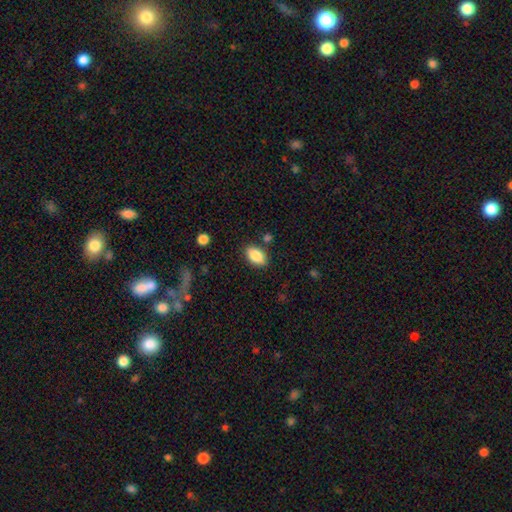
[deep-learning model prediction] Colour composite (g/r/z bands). It shows a smooth galaxy with no disk features (87%) that is in between round and cigar-shaped (92%). Merging: none (83%).